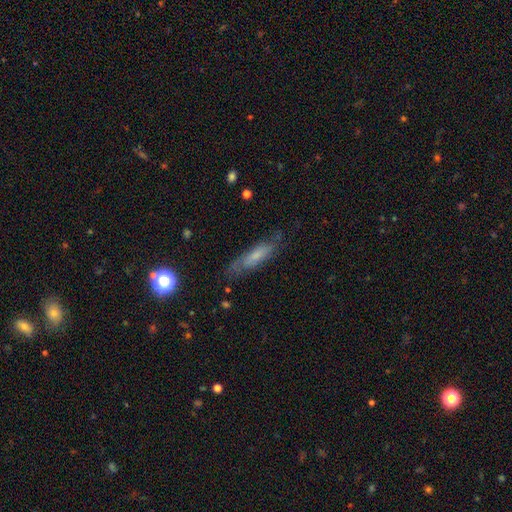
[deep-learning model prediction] smooth-or-featured: smooth: 49% | featured or disk: 42% | star or artifact: 9%
  merging: none: 69% | minor disturbance: 21% | major disturbance: 8% | merger: 2%